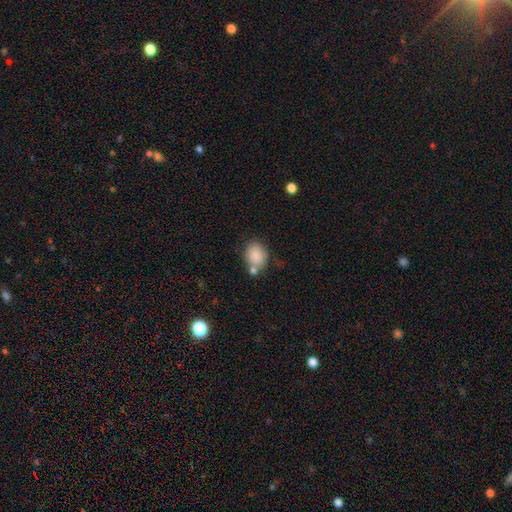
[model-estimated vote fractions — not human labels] Smooth or featured: smooth — 86% (star or artifact — 8%)
How rounded: in between — 62% (round — 37%)
Merging: none — 61% (minor disturbance — 17%)